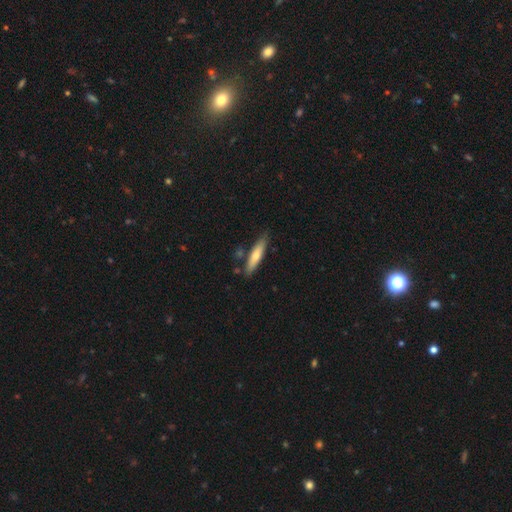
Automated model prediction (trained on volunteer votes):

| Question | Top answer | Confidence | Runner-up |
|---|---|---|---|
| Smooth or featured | smooth | 66% | featured or disk (29%) |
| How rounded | cigar-shaped | 83% | in between (16%) |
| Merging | none | 80% | minor disturbance (13%) |